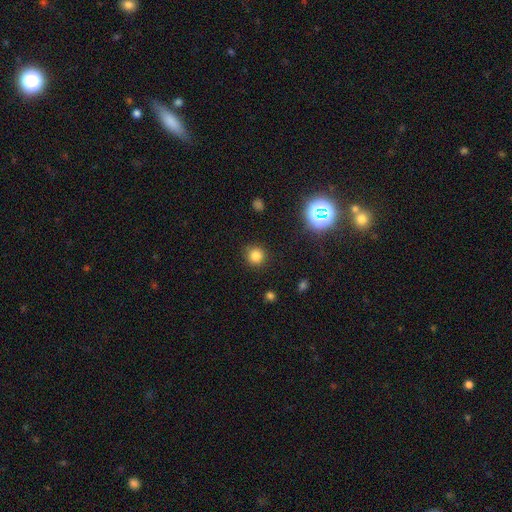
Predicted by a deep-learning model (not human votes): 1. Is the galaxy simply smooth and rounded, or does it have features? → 79% smooth, 15% star or artifact, 5% featured or disk.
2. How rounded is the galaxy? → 93% round, 6% in between, 1% cigar-shaped.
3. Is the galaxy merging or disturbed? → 89% none, 7% minor disturbance, 3% major disturbance, 1% merger.